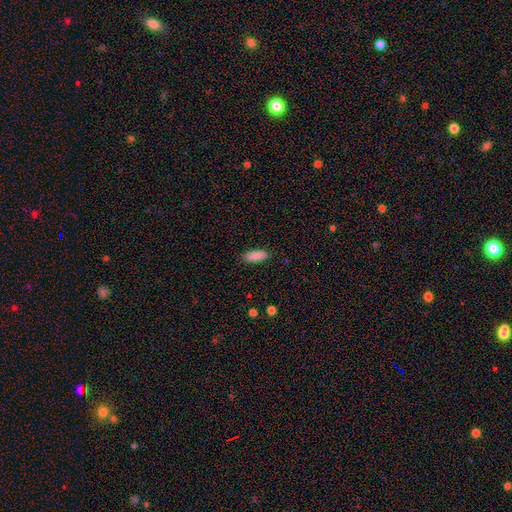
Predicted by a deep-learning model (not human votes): Smooth or featured? smooth (89%)
How rounded? in between (75%)
Merging? none (88%)